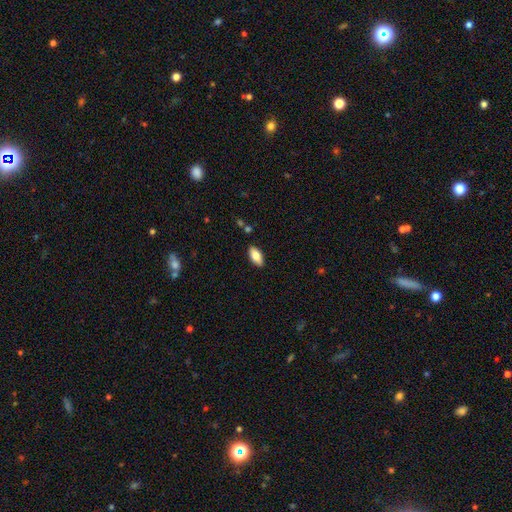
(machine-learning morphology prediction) smooth 78%, featured or disk 15%, star or artifact 7%. Down the decision tree: how rounded — in between (90%); merging — none (87%).